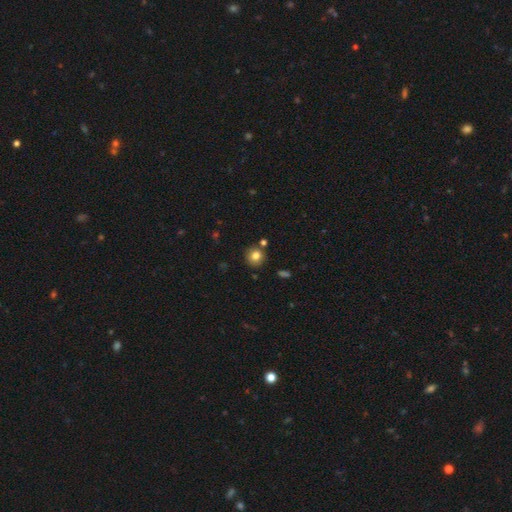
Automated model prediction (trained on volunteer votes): The model was most divided on "smooth or featured": smooth: 80%, star or artifact: 11%, featured or disk: 9%. More confident: how rounded — round (90%); merging — none (82%).